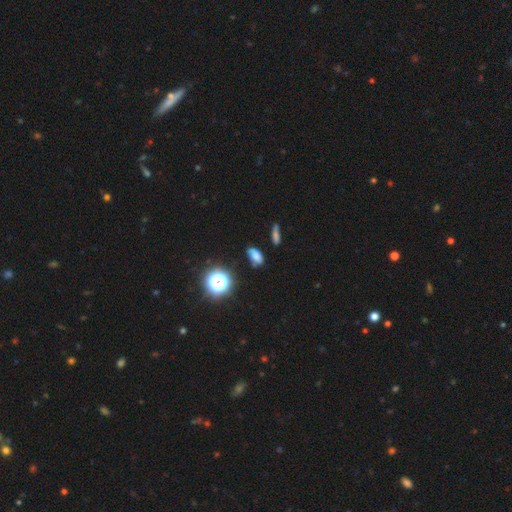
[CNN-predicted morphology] Overall: smooth (66%). How rounded: in between (82%). Merging: none (68%).